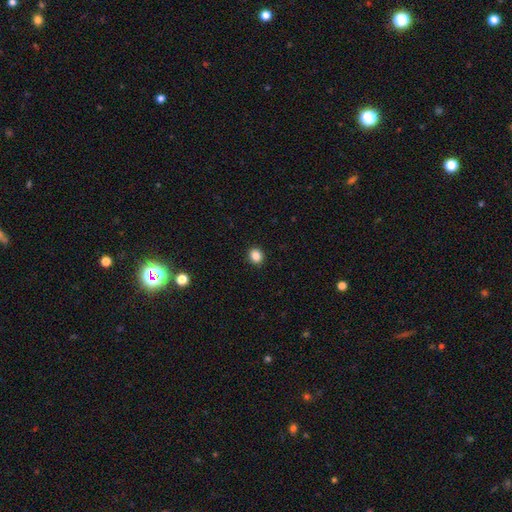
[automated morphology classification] smooth_or_featured: smooth (p=0.87) [alt: star or artifact p=0.10]
how_rounded: round (p=0.73) [alt: in between p=0.26]
merging: none (p=0.92) [alt: minor disturbance p=0.06]